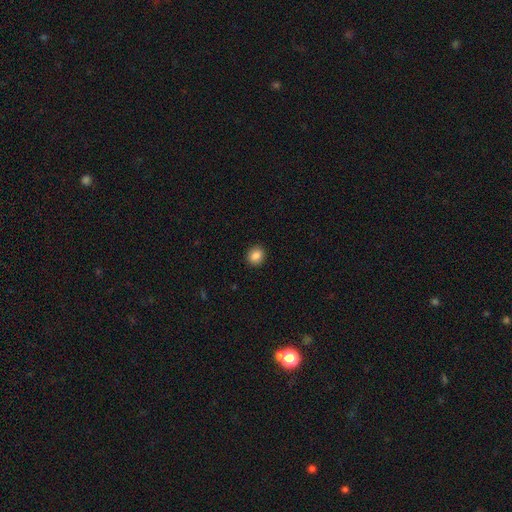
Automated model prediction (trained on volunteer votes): Morphology: type=smooth (86%); roundness=round (77%); merging=none (92%).